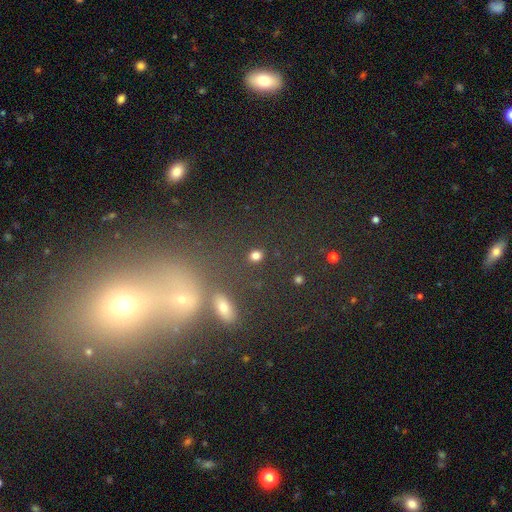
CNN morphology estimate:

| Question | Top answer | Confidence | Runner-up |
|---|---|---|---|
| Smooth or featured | smooth | 80% | star or artifact (15%) |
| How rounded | round | 58% | in between (40%) |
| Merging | none | 85% | minor disturbance (8%) |